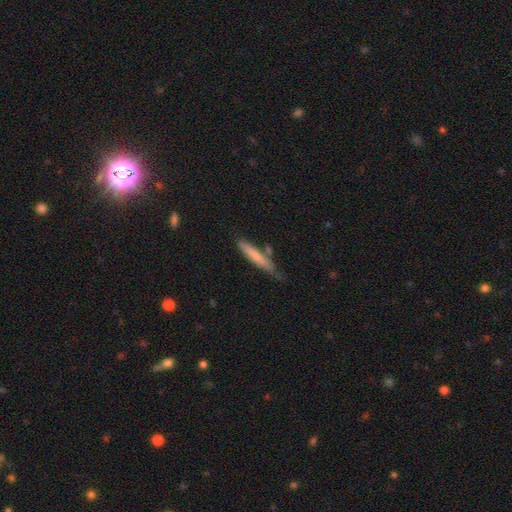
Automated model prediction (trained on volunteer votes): smooth_or_featured: smooth (p=0.68) [alt: featured or disk p=0.26]
how_rounded: cigar-shaped (p=0.92) [alt: in between p=0.07]
merging: none (p=0.65) [alt: minor disturbance p=0.23]